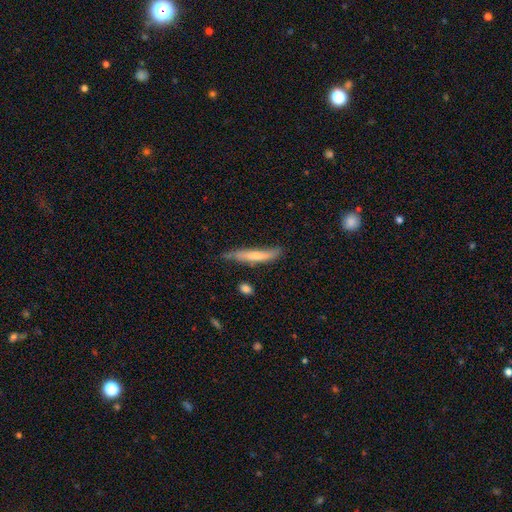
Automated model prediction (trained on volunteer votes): Smooth or featured? smooth (60%)
How rounded? cigar-shaped (89%)
Merging? none (57%)